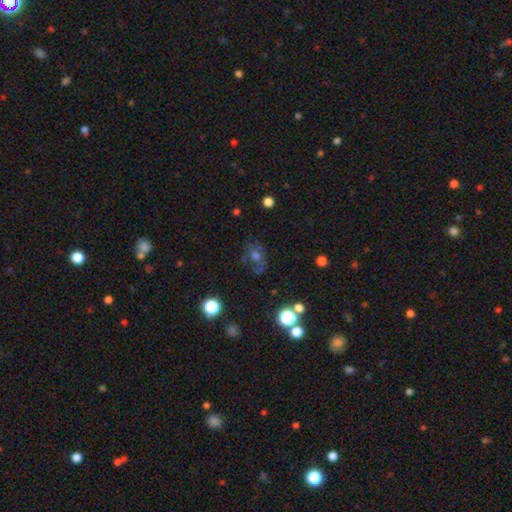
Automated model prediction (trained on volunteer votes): smooth 35%, featured or disk 34%, star or artifact 31%. Down the decision tree: merging — none (58%).